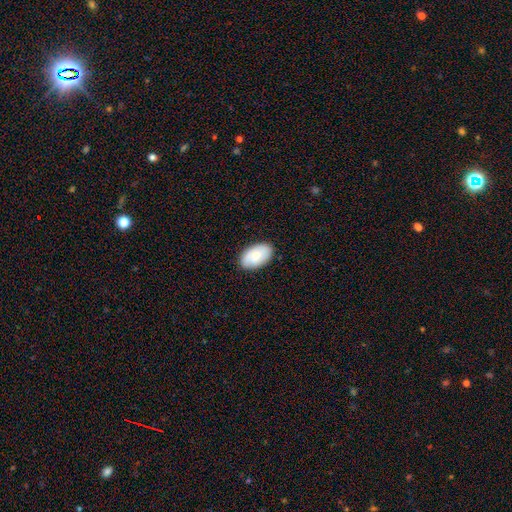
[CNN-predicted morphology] A smooth galaxy with no disk features (83%) that is in between round and cigar-shaped (95%). Merging: none (86%).